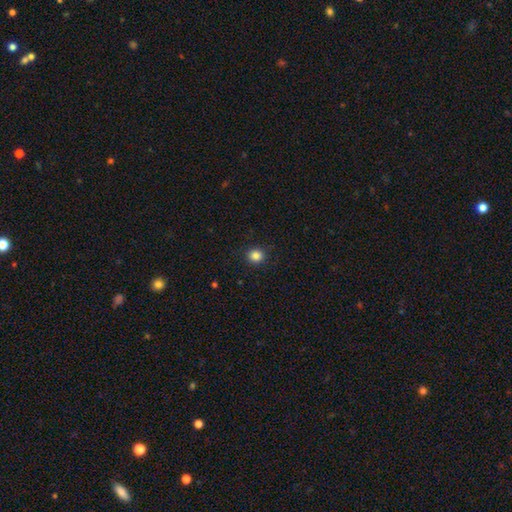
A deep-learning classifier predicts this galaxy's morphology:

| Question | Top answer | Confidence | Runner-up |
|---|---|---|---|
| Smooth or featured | smooth | 85% | star or artifact (11%) |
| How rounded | round | 89% | in between (10%) |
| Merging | none | 91% | minor disturbance (6%) |